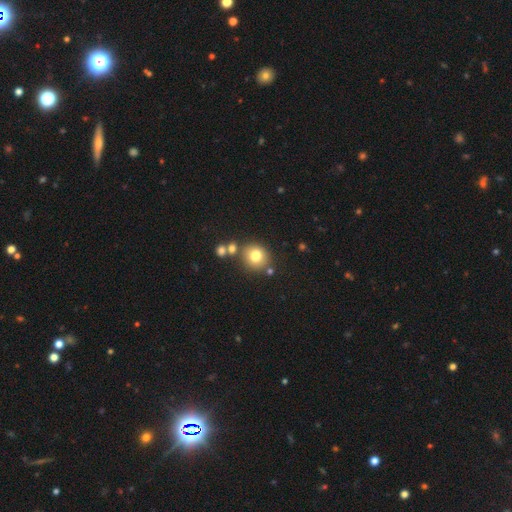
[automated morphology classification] This appears to be a smooth galaxy with no disk features (78%) that is round (83%). Merging: none (73%).